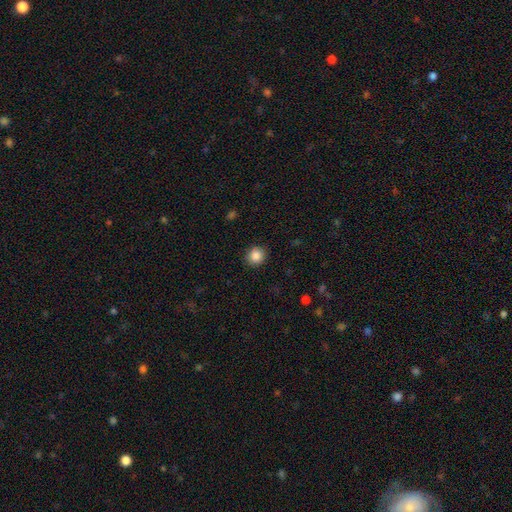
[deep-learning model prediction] Smooth or featured? smooth (86%)
How rounded? round (88%)
Merging? none (90%)